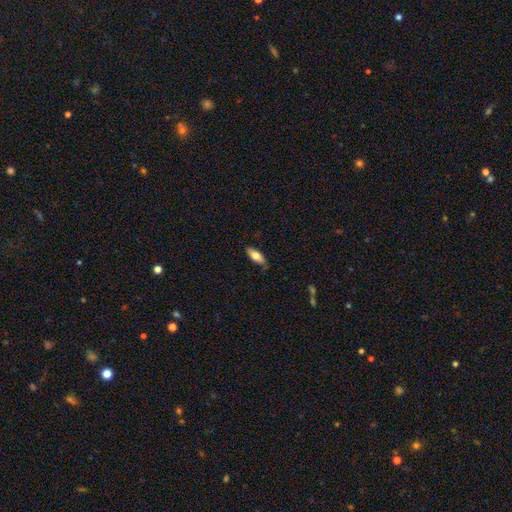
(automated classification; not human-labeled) Smooth or featured?
  - smooth: 73% *
  - featured or disk: 21%
  - star or artifact: 6%
How rounded?
  - in between: 75% *
  - cigar-shaped: 23%
  - round: 2%
Merging?
  - none: 80% *
  - minor disturbance: 16%
  - major disturbance: 3%
  - merger: 1%